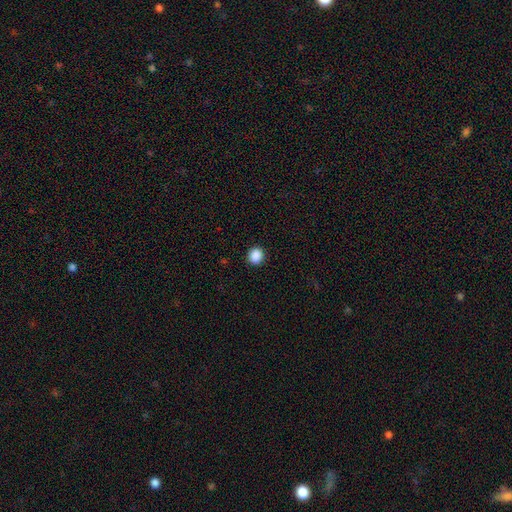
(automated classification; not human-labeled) The model was most divided on "how rounded": round: 89%, in between: 10%, cigar-shaped: 1%. More confident: merging — none (92%); smooth or featured — smooth (89%).